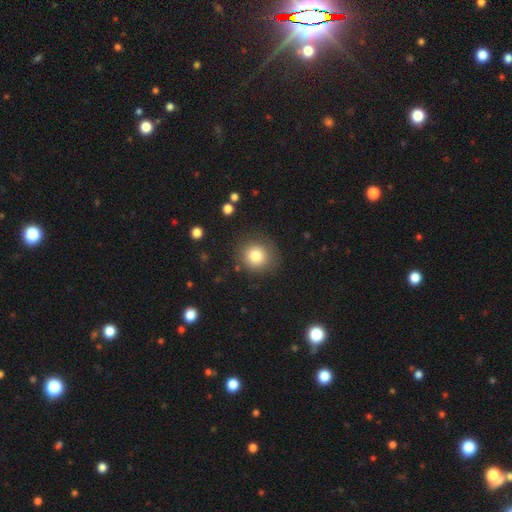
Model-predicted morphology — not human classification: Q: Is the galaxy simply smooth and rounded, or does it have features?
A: smooth — 81%.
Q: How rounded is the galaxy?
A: round — 90%.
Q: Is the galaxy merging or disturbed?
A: none — 84%.